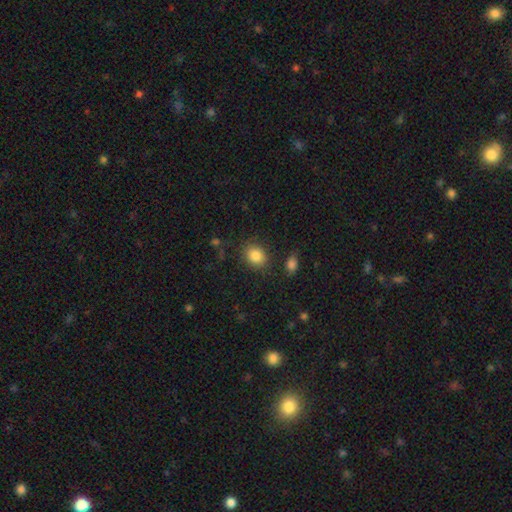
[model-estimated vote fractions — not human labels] This is clearly a smooth galaxy (85%). How rounded: likely round (62%). Merging: clearly none (82%).